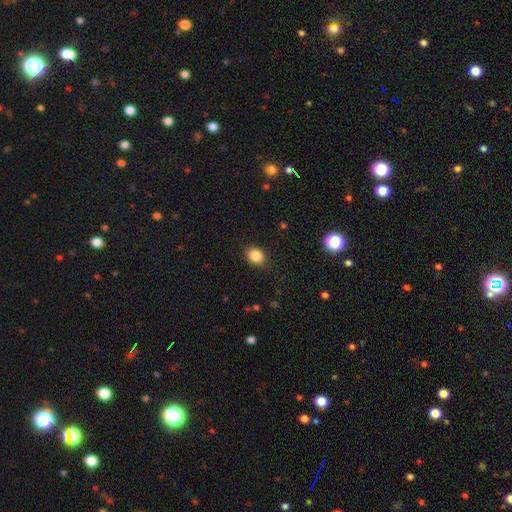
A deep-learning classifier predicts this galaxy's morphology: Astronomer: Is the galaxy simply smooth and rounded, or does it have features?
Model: smooth — 86%.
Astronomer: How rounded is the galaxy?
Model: round — 51% (runner-up: in between, 48%).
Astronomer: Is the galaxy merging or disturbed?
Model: none — 87%.